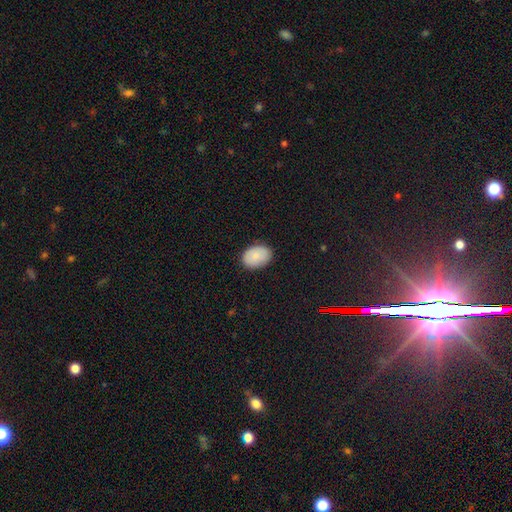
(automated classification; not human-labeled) A smooth galaxy with no disk features (88%) that is in between round and cigar-shaped (81%). Merging: none (87%).